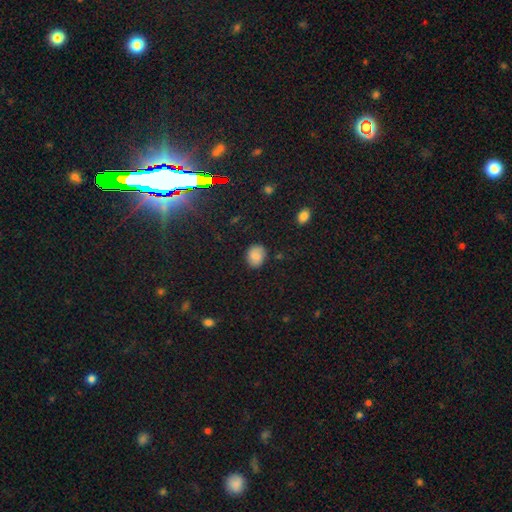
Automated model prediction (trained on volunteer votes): The model was most divided on "how rounded": round: 58%, in between: 41%, cigar-shaped: 1%. More confident: merging — none (82%); smooth or featured — smooth (79%).